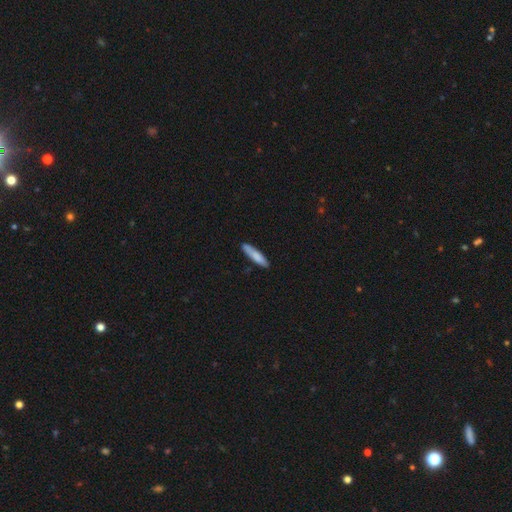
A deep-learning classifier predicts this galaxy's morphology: smooth_or_featured: smooth (p=0.81) [alt: featured or disk p=0.13]
how_rounded: cigar-shaped (p=0.84) [alt: in between p=0.15]
merging: none (p=0.84) [alt: minor disturbance p=0.12]